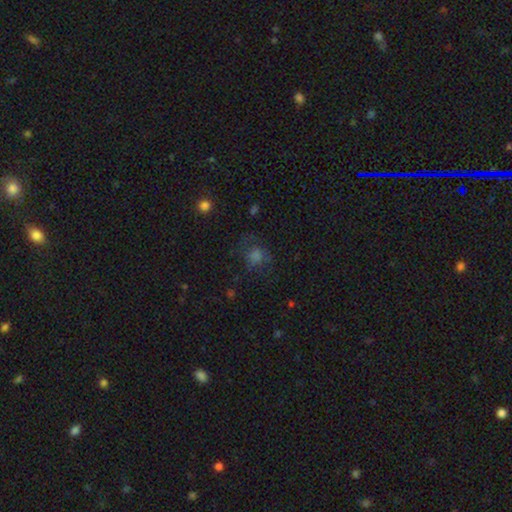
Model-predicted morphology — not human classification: Smooth or featured?
  - smooth: 52% *
  - star or artifact: 29%
  - featured or disk: 18%
How rounded?
  - round: 74% *
  - in between: 25%
  - cigar-shaped: 1%
Merging?
  - none: 62% *
  - minor disturbance: 19%
  - major disturbance: 18%
  - merger: 2%